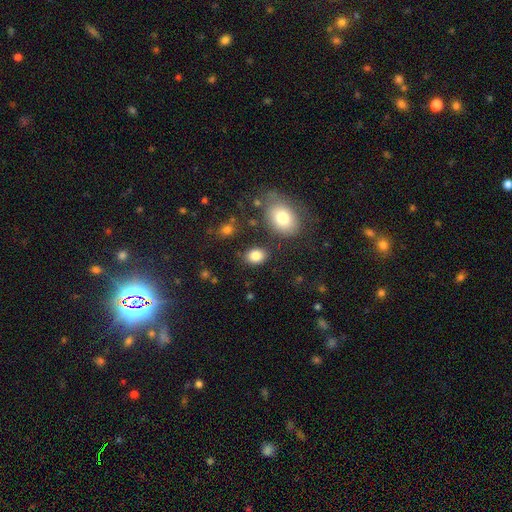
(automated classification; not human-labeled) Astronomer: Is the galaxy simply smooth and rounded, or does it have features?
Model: smooth — 84%.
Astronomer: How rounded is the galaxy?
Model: in between — 68%.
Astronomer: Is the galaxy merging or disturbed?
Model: none — 82%.